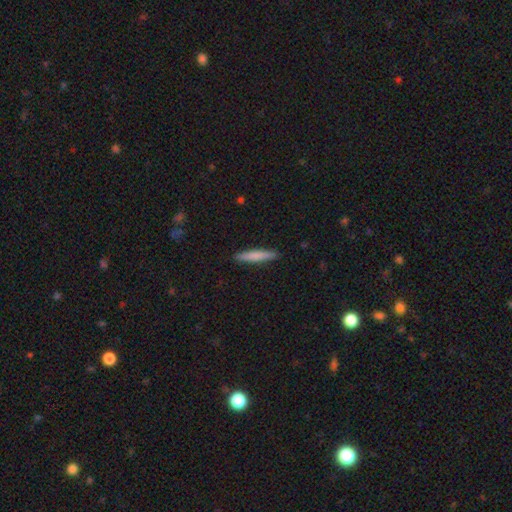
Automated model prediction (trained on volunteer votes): This appears to be a smooth galaxy with no disk features (75%) that is cigar-shaped (92%). Merging: none (91%).